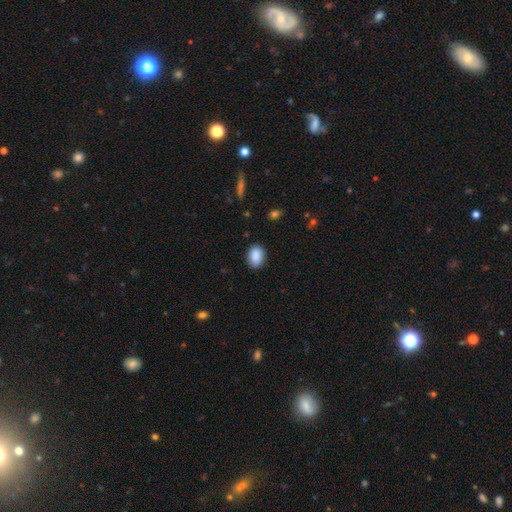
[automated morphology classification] This appears to be a smooth galaxy with no disk features (89%) that is in between round and cigar-shaped (77%). Merging: none (85%).